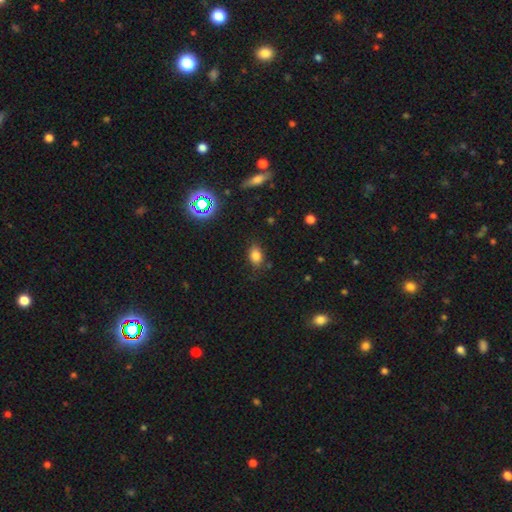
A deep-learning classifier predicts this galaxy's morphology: type=smooth (78%); roundness=in between (74%); merging=none (78%).